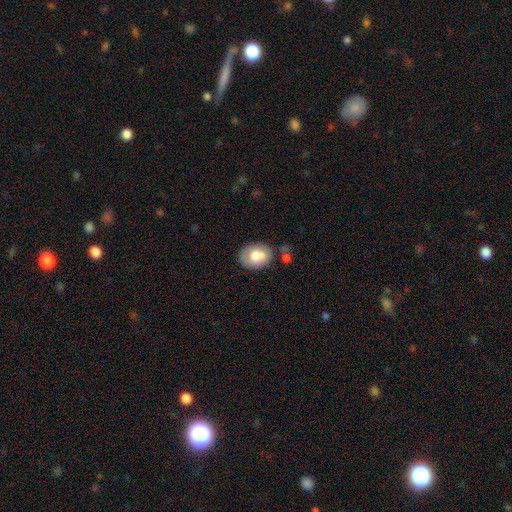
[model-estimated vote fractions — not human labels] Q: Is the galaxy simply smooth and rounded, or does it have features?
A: smooth — 75%.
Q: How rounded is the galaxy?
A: in between — 64%.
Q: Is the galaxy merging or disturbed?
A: none — 66%.